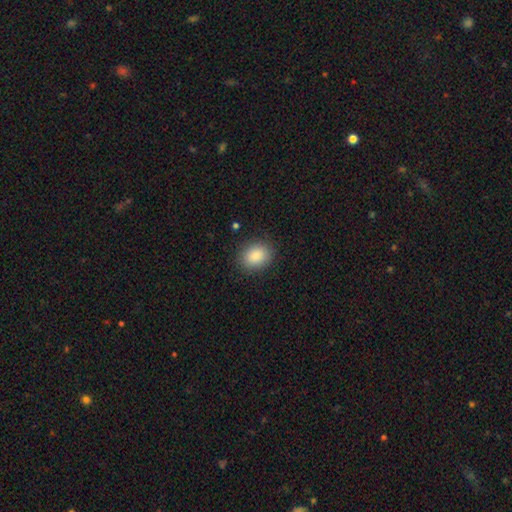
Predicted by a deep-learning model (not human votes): Smooth or featured: smooth — 88% (star or artifact — 7%)
How rounded: in between — 65% (round — 34%)
Merging: none — 87% (minor disturbance — 9%)